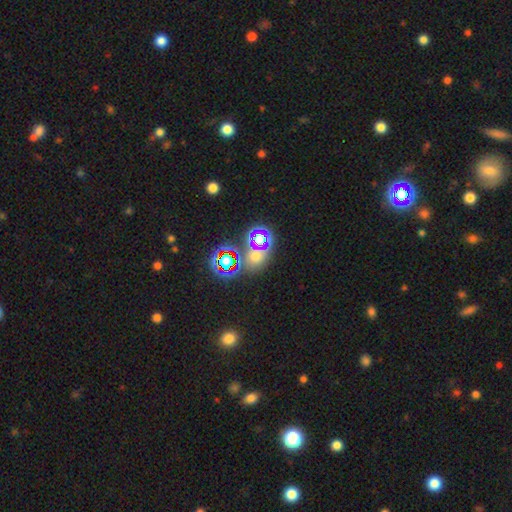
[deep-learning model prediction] Smooth or featured: star or artifact — 51% (smooth — 36%)